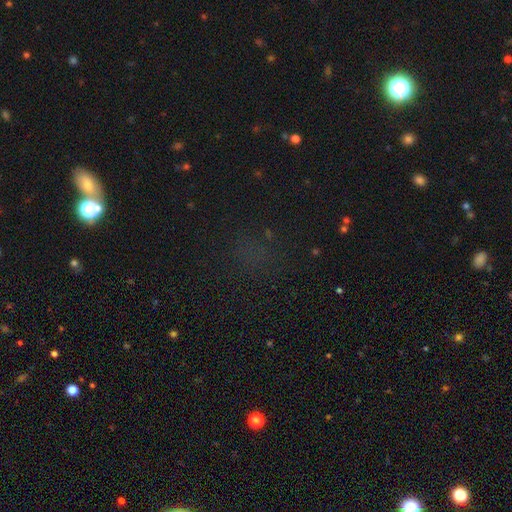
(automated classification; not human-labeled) smooth-or-featured: star or artifact: 53% | smooth: 35% | featured or disk: 12%